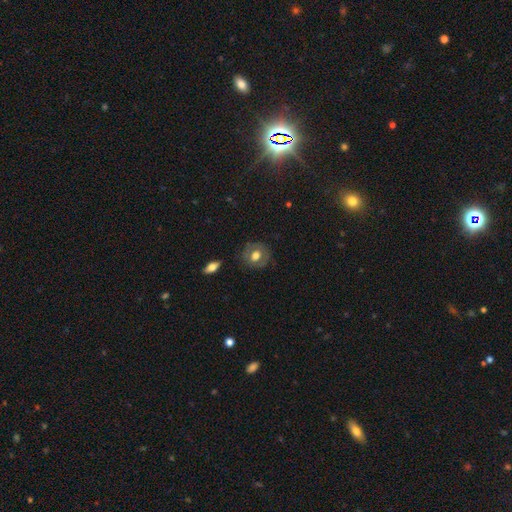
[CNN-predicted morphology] A smooth galaxy with no disk features (54%) that is round (74%). Merging: none (79%).